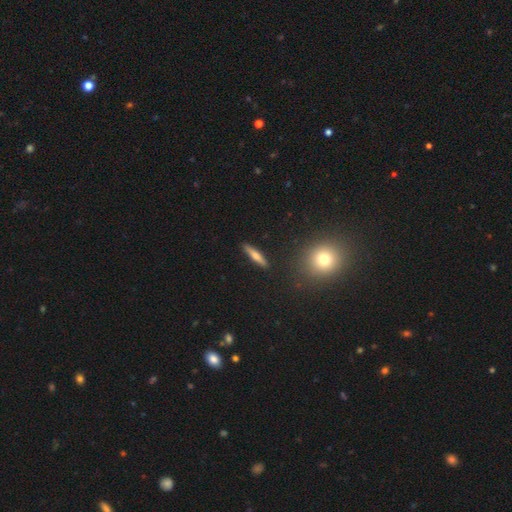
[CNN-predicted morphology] This appears to be a smooth galaxy with no disk features (50%) that is cigar-shaped (82%). Merging: none (90%).